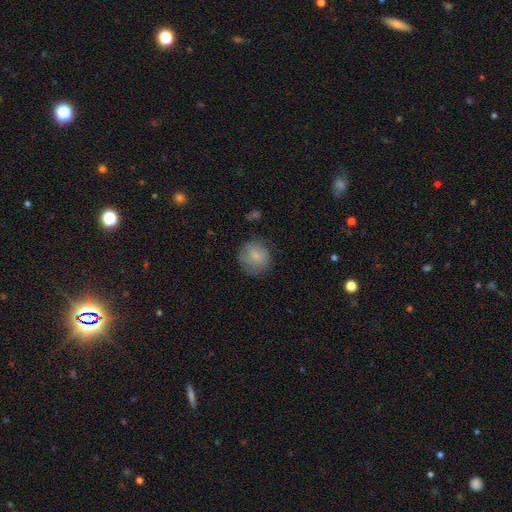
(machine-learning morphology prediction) Q: Smooth or featured?
A: smooth (79%); runner-up: featured or disk (14%)
Q: How rounded?
A: round (91%); runner-up: in between (8%)
Q: Merging?
A: none (75%); runner-up: minor disturbance (18%)